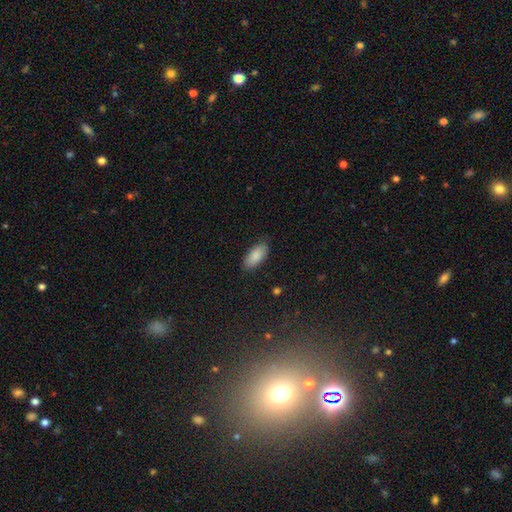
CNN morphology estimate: Smooth or featured: smooth — 88% (star or artifact — 6%)
How rounded: in between — 89% (cigar-shaped — 9%)
Merging: none — 84% (minor disturbance — 12%)